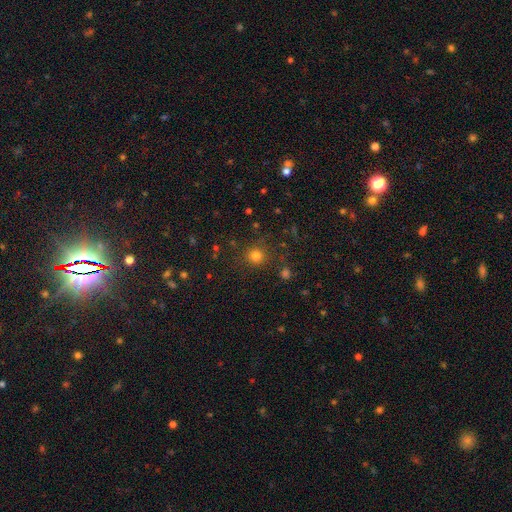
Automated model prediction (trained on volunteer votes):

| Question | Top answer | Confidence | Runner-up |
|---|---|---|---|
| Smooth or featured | smooth | 78% | star or artifact (16%) |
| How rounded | round | 92% | in between (7%) |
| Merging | none | 84% | minor disturbance (9%) |